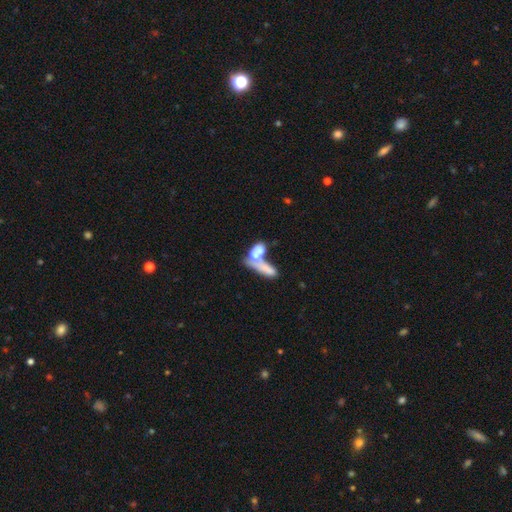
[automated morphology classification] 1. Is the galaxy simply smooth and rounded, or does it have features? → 61% smooth, 30% featured or disk, 9% star or artifact.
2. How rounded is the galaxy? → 68% in between, 21% cigar-shaped, 11% round.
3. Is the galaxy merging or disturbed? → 65% merger, 16% none, 11% major disturbance, 8% minor disturbance.